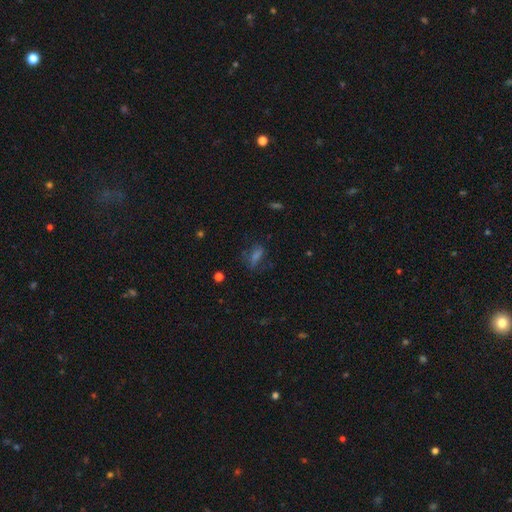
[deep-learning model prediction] A smooth galaxy with no disk features (46%).

Vote fractions:
- Smooth or featured? smooth: 46% / star or artifact: 28% / featured or disk: 26%
- Merging? none: 65% / minor disturbance: 19% / major disturbance: 14% / merger: 2%